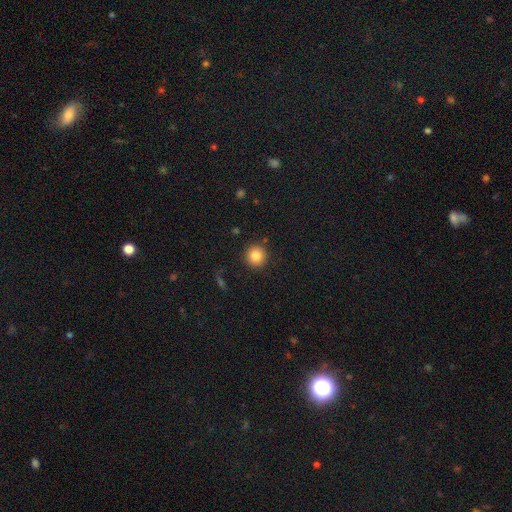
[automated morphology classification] Smooth or featured: smooth — 84% (star or artifact — 10%)
How rounded: round — 94% (in between — 6%)
Merging: none — 90% (minor disturbance — 6%)